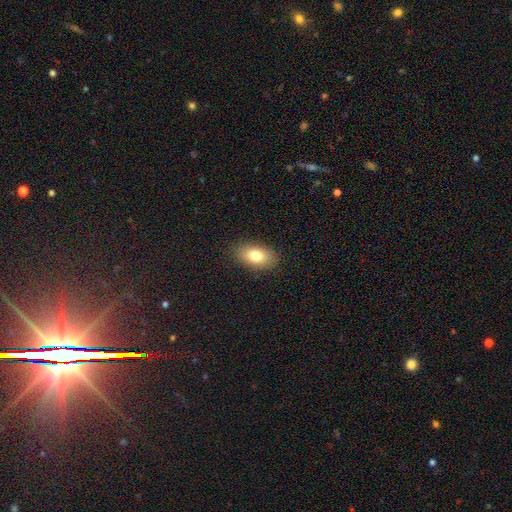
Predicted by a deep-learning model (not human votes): Overall: smooth (79%). How rounded: in between (89%). Merging: none (87%).